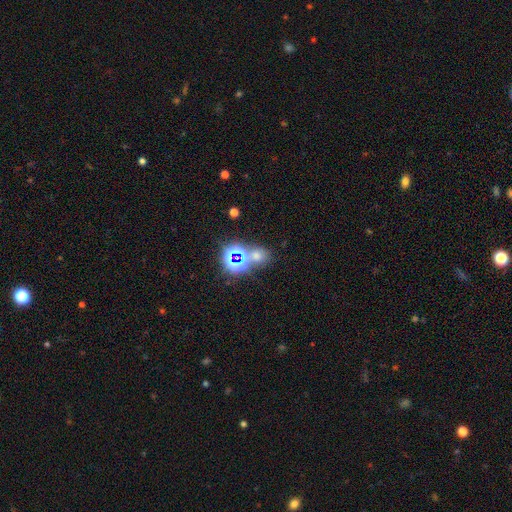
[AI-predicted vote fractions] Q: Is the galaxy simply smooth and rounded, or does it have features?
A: star or artifact — 50%.